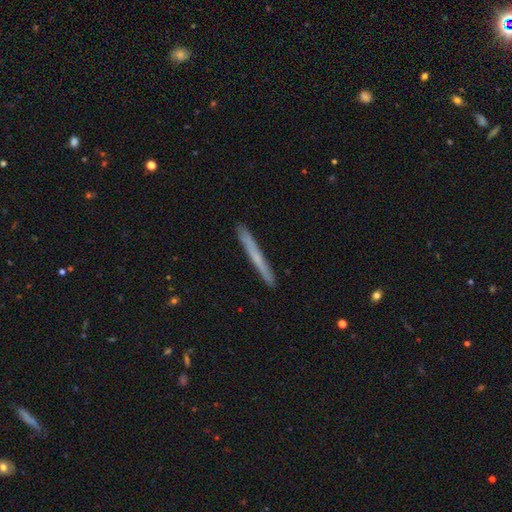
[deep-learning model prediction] smooth-or-featured: smooth: 53% | featured or disk: 41% | star or artifact: 6%
  how-rounded: cigar-shaped: 97% | in between: 2% | round: 1%
  merging: none: 92% | minor disturbance: 6% | major disturbance: 1% | merger: 1%